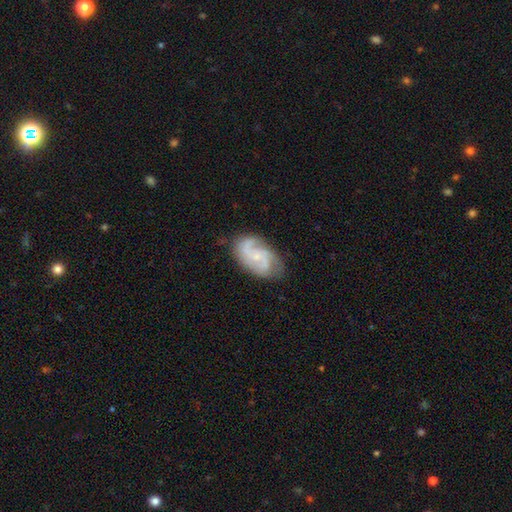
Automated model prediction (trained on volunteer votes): Q: Smooth or featured?
A: featured or disk (82%); runner-up: smooth (12%)
Q: Edge-on disk?
A: no (97%); runner-up: yes (3%)
Q: Bar?
A: no (61%); runner-up: weak (34%)
Q: Spiral arms?
A: yes (96%); runner-up: no (4%)
Q: Spiral winding?
A: medium (50%); runner-up: tight (27%)
Q: Spiral arm count?
A: 2 (49%); runner-up: 3 (28%)
Q: Bulge size?
A: small (72%); runner-up: moderate (19%)
Q: Merging?
A: none (71%); runner-up: minor disturbance (20%)